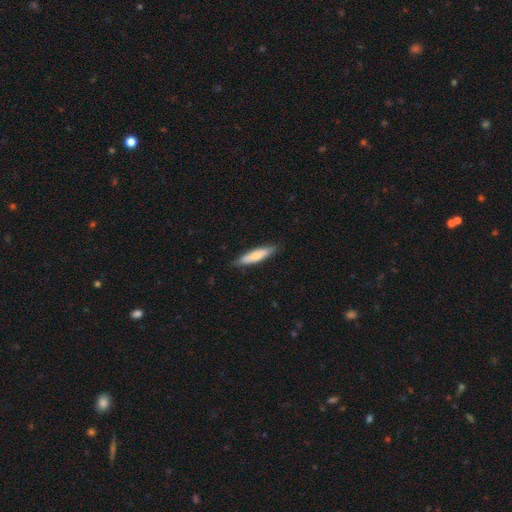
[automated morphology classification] Q: Smooth or featured?
A: smooth (70%); runner-up: featured or disk (25%)
Q: How rounded?
A: cigar-shaped (76%); runner-up: in between (22%)
Q: Merging?
A: none (86%); runner-up: minor disturbance (11%)